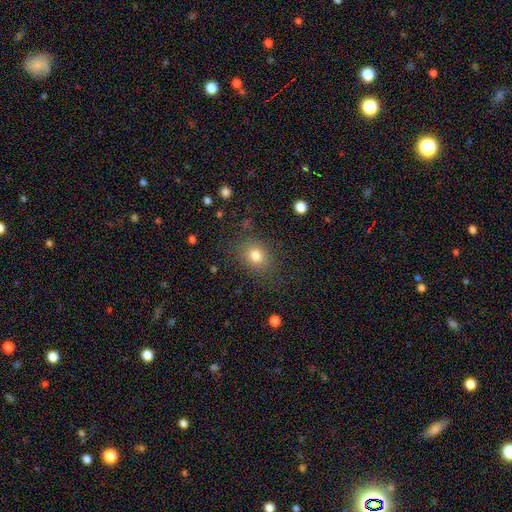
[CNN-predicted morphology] Smooth or featured? smooth (78%)
How rounded? round (57%)
Merging? none (80%)